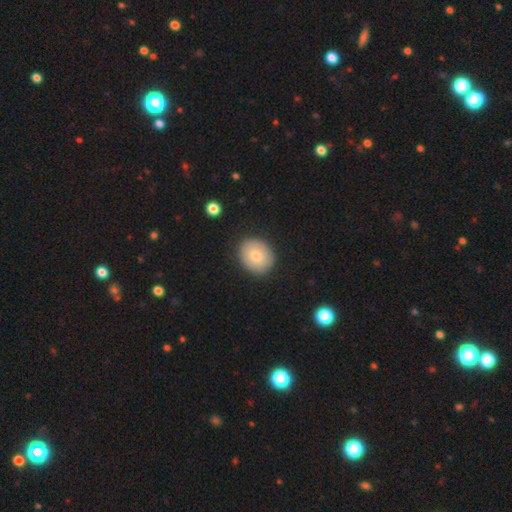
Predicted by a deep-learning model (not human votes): Smooth or featured? smooth (78%)
How rounded? round (56%)
Merging? none (88%)